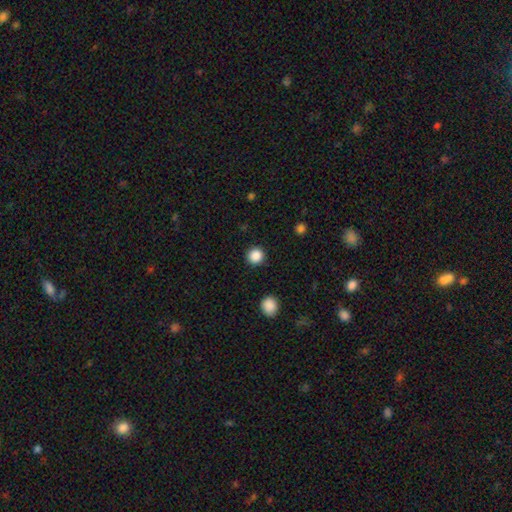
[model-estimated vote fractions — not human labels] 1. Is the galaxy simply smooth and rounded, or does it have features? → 87% smooth, 10% star or artifact, 3% featured or disk.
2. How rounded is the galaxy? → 94% round, 5% in between, 1% cigar-shaped.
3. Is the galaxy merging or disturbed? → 91% none, 5% minor disturbance, 2% major disturbance, 1% merger.